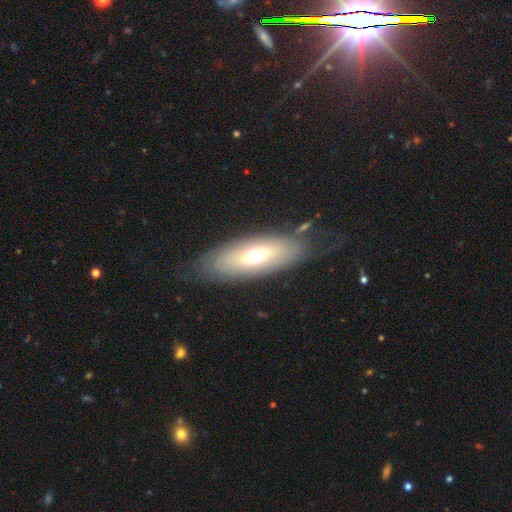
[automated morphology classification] smooth 53%, featured or disk 40%, star or artifact 8%. Down the decision tree: how rounded — in between (73%); merging — none (74%).